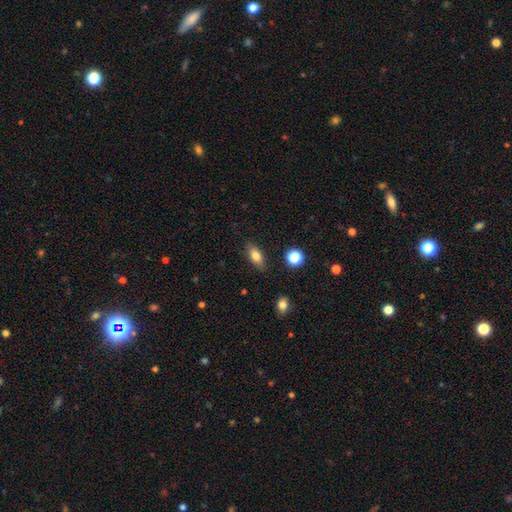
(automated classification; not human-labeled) The model was most divided on "smooth or featured": smooth: 78%, featured or disk: 13%, star or artifact: 9%. More confident: merging — none (83%); how rounded — in between (80%).